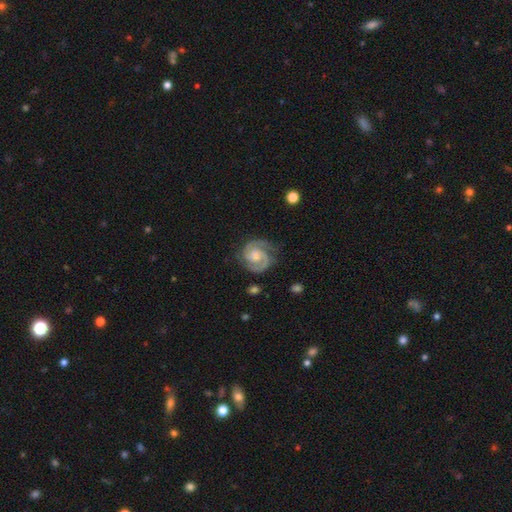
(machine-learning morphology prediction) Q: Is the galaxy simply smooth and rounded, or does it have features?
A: featured or disk — 91%.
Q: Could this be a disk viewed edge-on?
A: no — 98%.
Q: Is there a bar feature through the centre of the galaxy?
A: no — 58%.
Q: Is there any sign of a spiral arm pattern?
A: yes — 98%.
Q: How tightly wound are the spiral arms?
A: tight — 55%.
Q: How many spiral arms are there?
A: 2 — 93%.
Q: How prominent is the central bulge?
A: moderate — 42%.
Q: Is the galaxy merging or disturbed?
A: none — 80%.